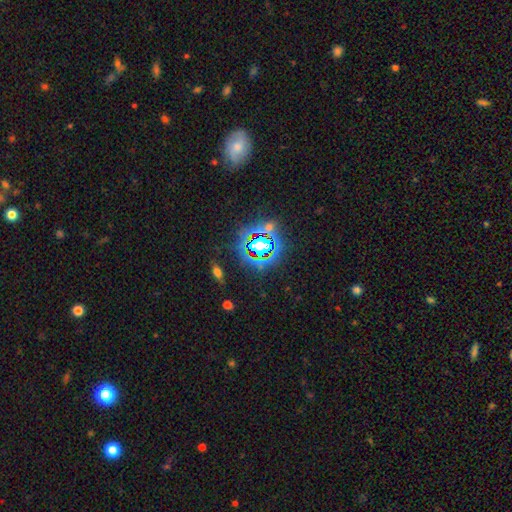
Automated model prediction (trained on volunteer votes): smooth-or-featured: star or artifact: 68% | smooth: 20% | featured or disk: 12%